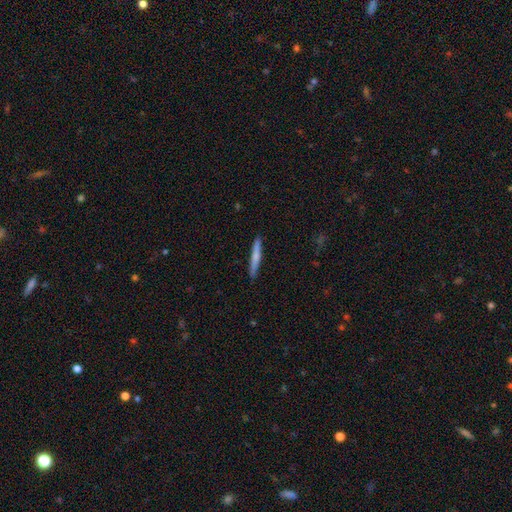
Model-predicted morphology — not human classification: This appears to be a smooth galaxy with no disk features (64%) that is cigar-shaped (95%). Merging: none (89%).